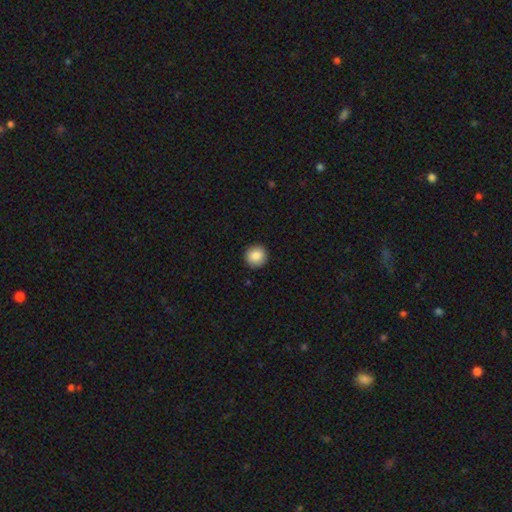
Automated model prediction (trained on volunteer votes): The model was most divided on "smooth or featured": smooth: 88%, star or artifact: 8%, featured or disk: 4%. More confident: how rounded — round (93%); merging — none (91%).